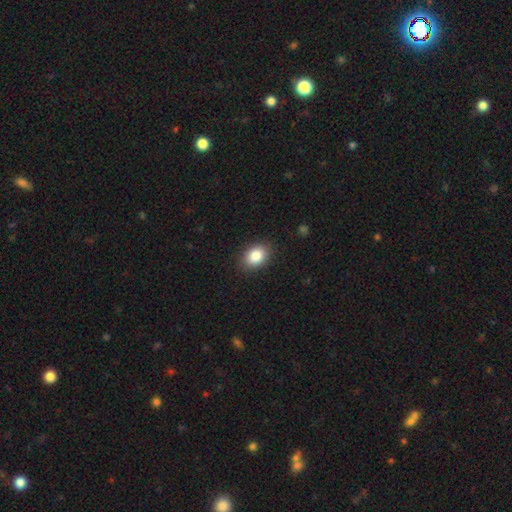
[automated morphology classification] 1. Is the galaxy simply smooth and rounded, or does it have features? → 86% smooth, 8% star or artifact, 6% featured or disk.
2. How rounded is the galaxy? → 72% in between, 26% round, 1% cigar-shaped.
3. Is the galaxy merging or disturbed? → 87% none, 9% minor disturbance, 2% major disturbance, 1% merger.